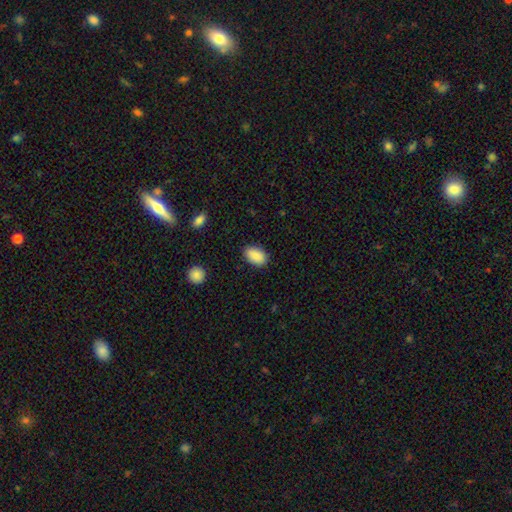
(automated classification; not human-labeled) Smooth or featured?
  - smooth: 88% *
  - star or artifact: 7%
  - featured or disk: 5%
How rounded?
  - in between: 91% *
  - round: 7%
  - cigar-shaped: 2%
Merging?
  - none: 86% *
  - minor disturbance: 10%
  - major disturbance: 3%
  - merger: 1%